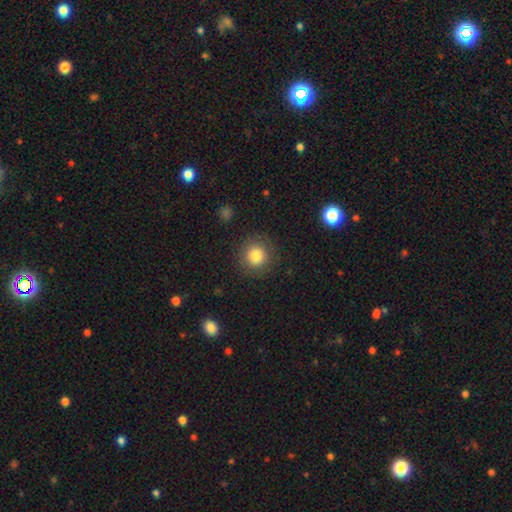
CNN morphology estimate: Overall: smooth (83%). How rounded: round (94%). Merging: none (88%).